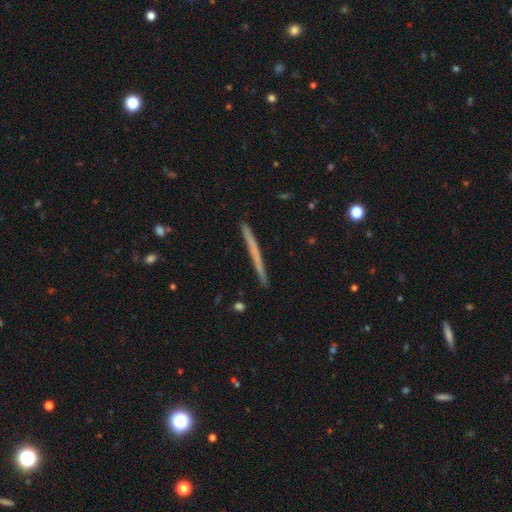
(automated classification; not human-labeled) Morphology: type=smooth (47%, tied with featured or disk); merging=none (92%).